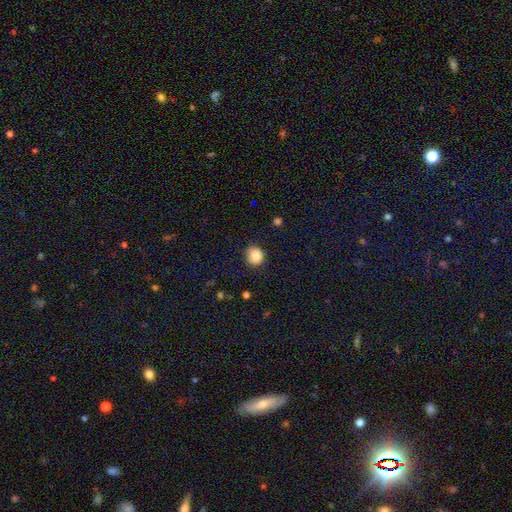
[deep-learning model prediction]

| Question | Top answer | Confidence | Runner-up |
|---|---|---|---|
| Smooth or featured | smooth | 86% | star or artifact (9%) |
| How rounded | round | 83% | in between (17%) |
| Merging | none | 81% | minor disturbance (15%) |